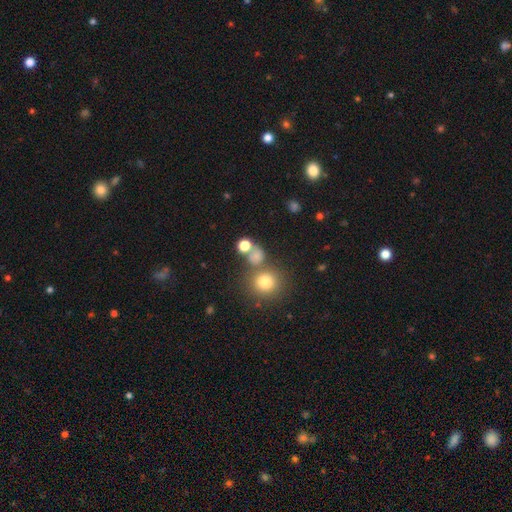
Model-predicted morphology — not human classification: Overall: smooth (72%). How rounded: round (78%). Merging: none (55%; merger 28%).